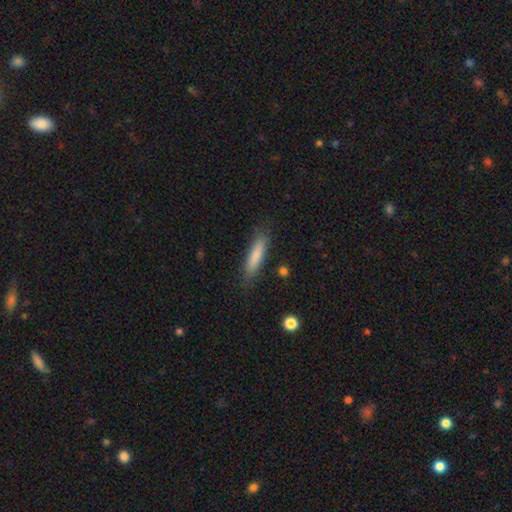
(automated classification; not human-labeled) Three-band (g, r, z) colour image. It shows a smooth galaxy with no disk features (82%) that is cigar-shaped (83%). Merging: none (84%).